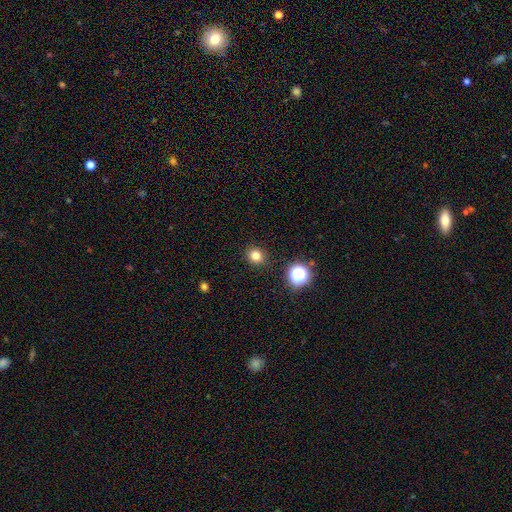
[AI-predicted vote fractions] Morphology: type=smooth (80%); roundness=round (84%); merging=none (90%).